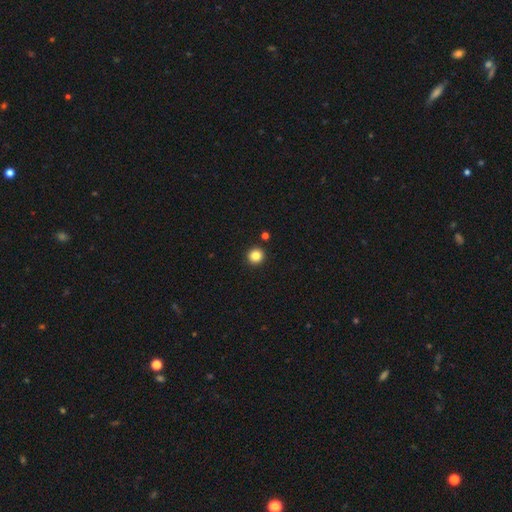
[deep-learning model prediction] smooth-or-featured: smooth: 84% | star or artifact: 12% | featured or disk: 5%
  how-rounded: round: 95% | in between: 4% | cigar-shaped: 1%
  merging: none: 91% | minor disturbance: 5% | merger: 2% | major disturbance: 2%